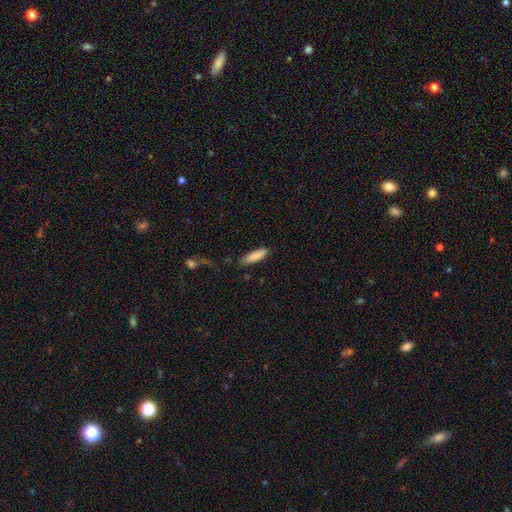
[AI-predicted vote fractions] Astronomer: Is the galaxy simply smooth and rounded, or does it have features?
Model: smooth — 82%.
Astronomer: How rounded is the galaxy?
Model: cigar-shaped — 67%.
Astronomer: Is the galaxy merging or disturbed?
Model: none — 82%.